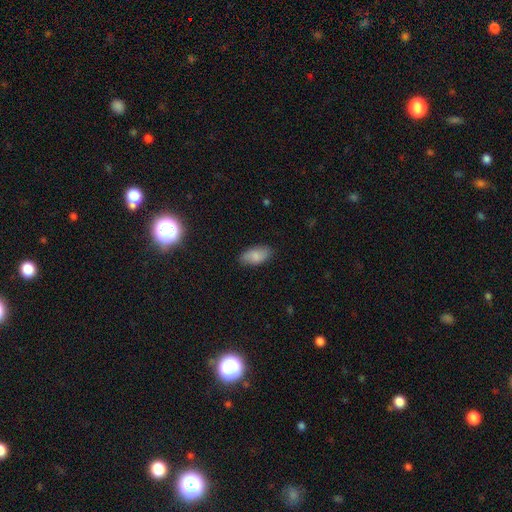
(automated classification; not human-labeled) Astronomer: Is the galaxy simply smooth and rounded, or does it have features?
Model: smooth — 83%.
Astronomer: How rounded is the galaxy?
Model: in between — 92%.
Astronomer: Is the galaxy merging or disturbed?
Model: none — 81%.